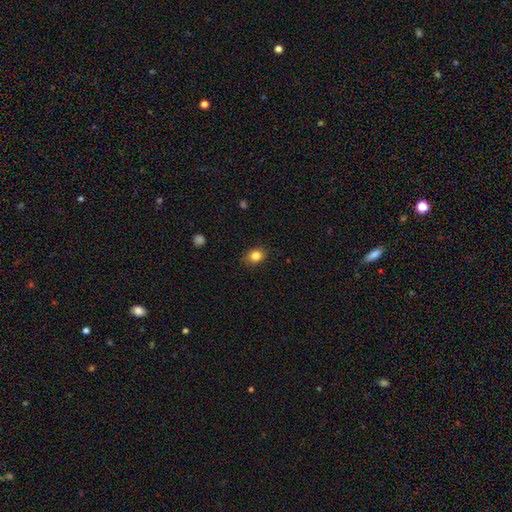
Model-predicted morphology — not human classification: smooth 84%, star or artifact 10%, featured or disk 6%. Down the decision tree: how rounded — round (52%); merging — none (83%).